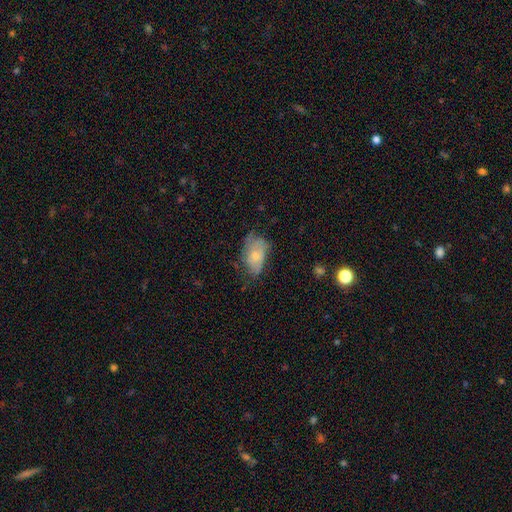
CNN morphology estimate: The model was most divided on "merging": none: 42%, minor disturbance: 36%, major disturbance: 20%, merger: 2%. More confident: how rounded — in between (90%); smooth or featured — smooth (55%).